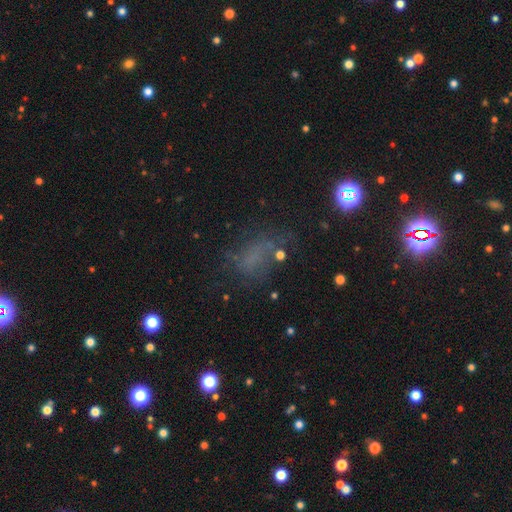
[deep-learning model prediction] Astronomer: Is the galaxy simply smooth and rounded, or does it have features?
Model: smooth — 44% (runner-up: star or artifact, 35%).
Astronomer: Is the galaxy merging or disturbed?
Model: none — 50%.